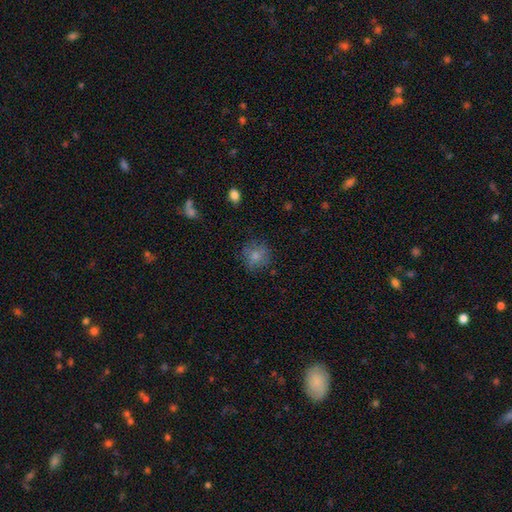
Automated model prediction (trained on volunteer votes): This appears to be a smooth galaxy with no disk features (80%) that is round (86%). Merging: none (77%).